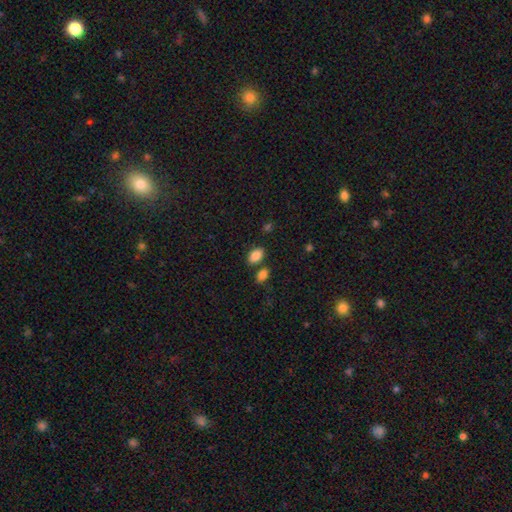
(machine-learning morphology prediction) Q: Smooth or featured?
A: smooth (87%); runner-up: star or artifact (9%)
Q: How rounded?
A: in between (88%); runner-up: round (10%)
Q: Merging?
A: none (72%); runner-up: merger (14%)